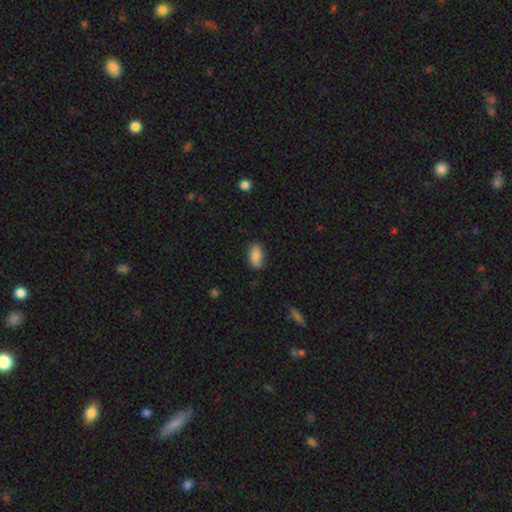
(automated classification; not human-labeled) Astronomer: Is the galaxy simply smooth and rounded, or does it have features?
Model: smooth — 84%.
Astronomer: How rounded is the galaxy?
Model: in between — 90%.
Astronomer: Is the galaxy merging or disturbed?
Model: none — 81%.